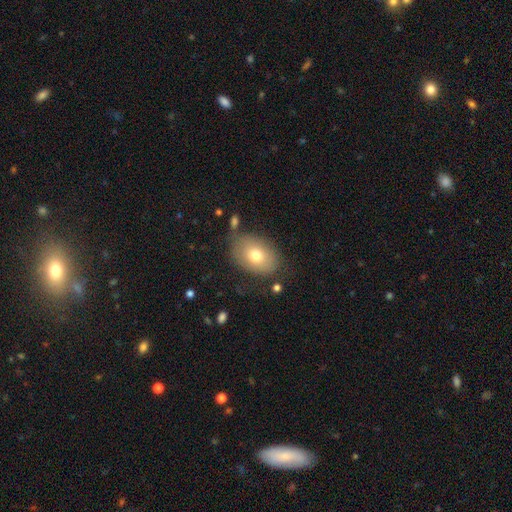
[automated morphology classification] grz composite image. It shows a smooth galaxy with no disk features (73%) that is in between round and cigar-shaped (82%). Merging: none (71%).